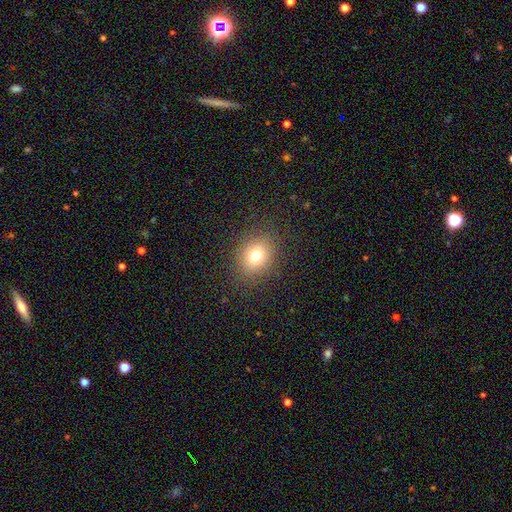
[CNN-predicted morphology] Smooth or featured? Predicted: smooth (p=0.74). How rounded? Predicted: round (p=0.59). Merging? Predicted: none (p=0.86).